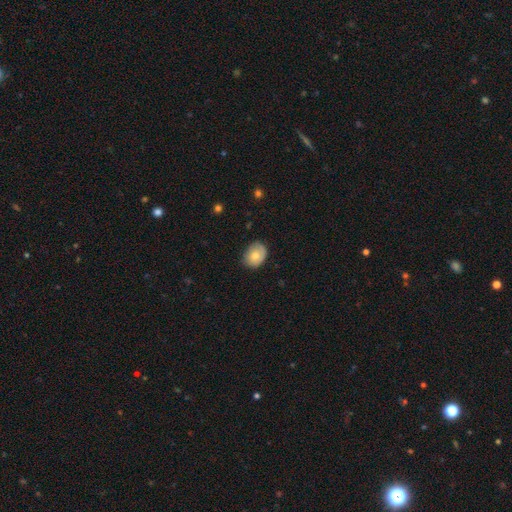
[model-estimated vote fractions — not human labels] Smooth or featured? smooth (77%)
How rounded? in between (59%)
Merging? none (73%)